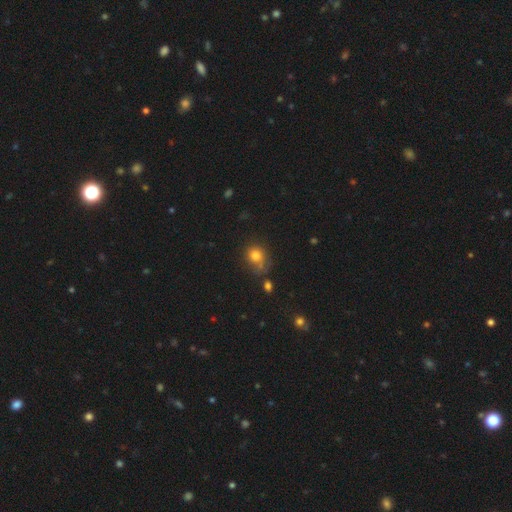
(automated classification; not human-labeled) The model was most divided on "merging": none: 52%, minor disturbance: 24%, major disturbance: 12%, merger: 11%. More confident: smooth or featured — smooth (79%); how rounded — round (72%).